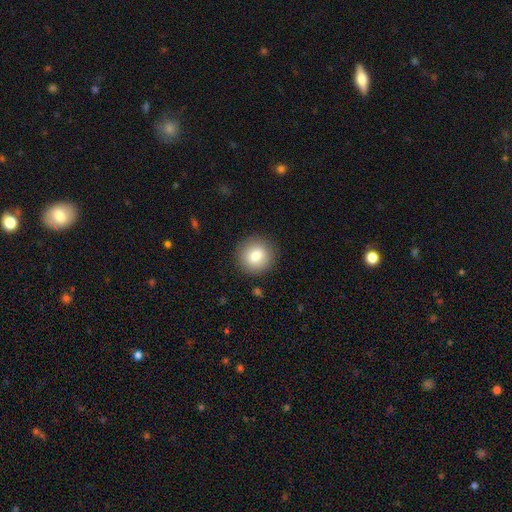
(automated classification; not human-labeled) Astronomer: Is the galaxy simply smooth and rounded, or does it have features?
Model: smooth — 81%.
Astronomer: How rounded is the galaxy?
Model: round — 92%.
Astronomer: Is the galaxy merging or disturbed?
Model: none — 89%.